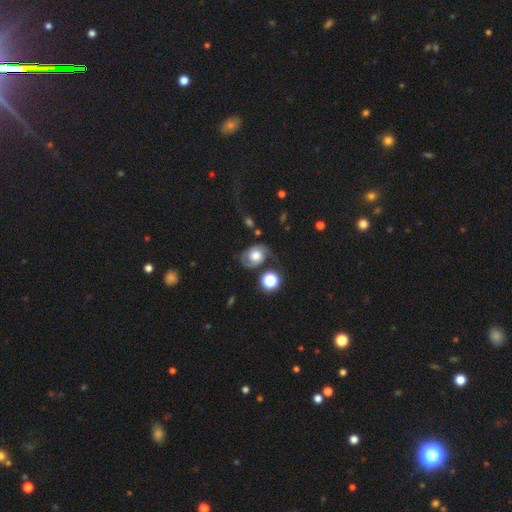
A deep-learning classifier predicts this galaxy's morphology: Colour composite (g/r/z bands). It shows a featured or disk galaxy (64%) with no bar (74%), 2 (84%) medium (46%) spiral arms (85%) and a large central bulge (45%). Merging: none (59%).